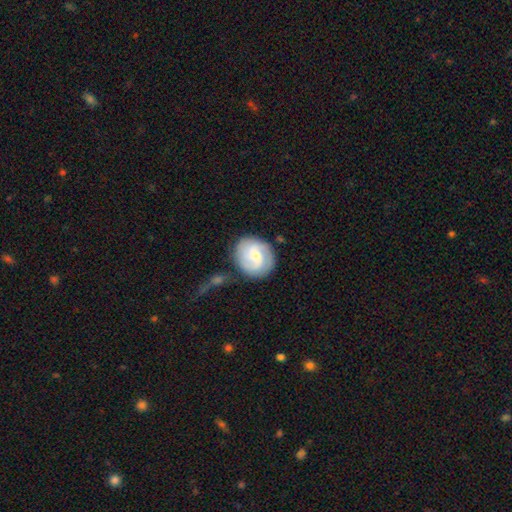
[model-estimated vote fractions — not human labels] featured or disk 57%, smooth 36%, star or artifact 6%. Down the decision tree: edge-on disk — no (97%); bar — weak (48%); spiral arms — yes (87%); bulge size — small (52%); merging — none (72%).